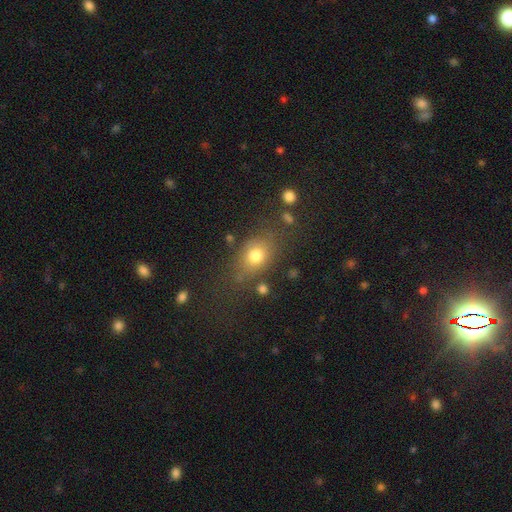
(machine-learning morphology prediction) This is likely a smooth galaxy (76%). How rounded: likely in between (63%). Merging: likely none (69%).